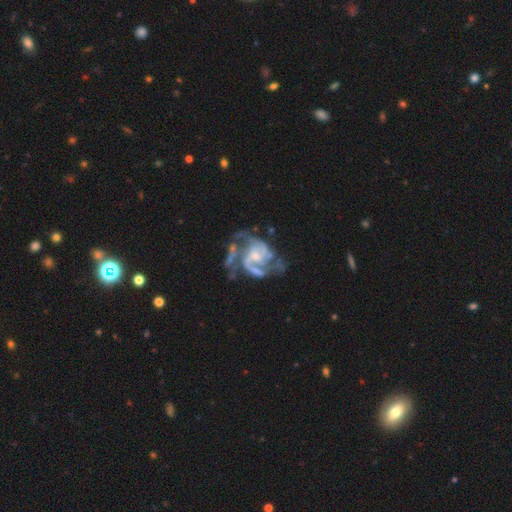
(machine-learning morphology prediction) featured or disk 90%, star or artifact 5%, smooth 5%. Down the decision tree: edge-on disk — no (98%); bar — no (51%); spiral arms — yes (95%); spiral arm count — 2 (46%); spiral winding — medium (53%); bulge size — small (53%); merging — none (40%).